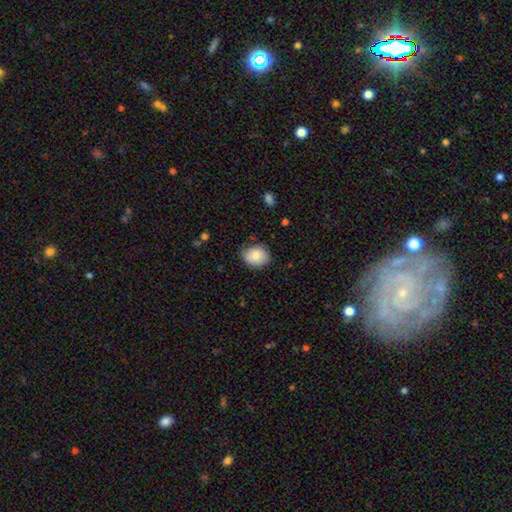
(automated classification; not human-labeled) smooth 82%, featured or disk 11%, star or artifact 7%. Down the decision tree: how rounded — round (55%); merging — none (77%).